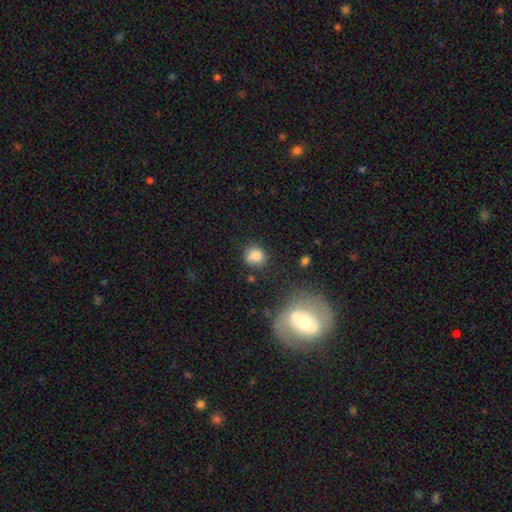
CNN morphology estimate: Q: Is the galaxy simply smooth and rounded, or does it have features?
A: smooth — 79%.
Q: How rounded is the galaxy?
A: round — 79%.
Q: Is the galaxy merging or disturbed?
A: none — 66%.